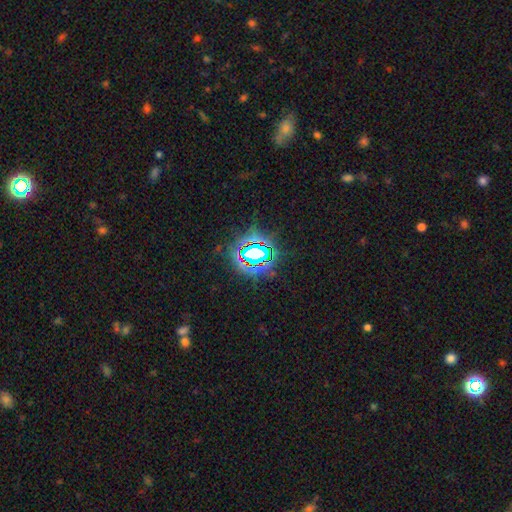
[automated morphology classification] smooth-or-featured: star or artifact: 75% | smooth: 14% | featured or disk: 11%